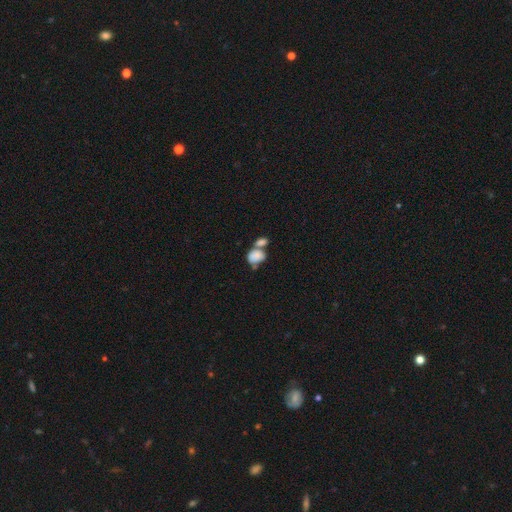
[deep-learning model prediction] This is clearly a smooth galaxy (80%). How rounded: likely in between (69%). Merging: possibly merger (59%).